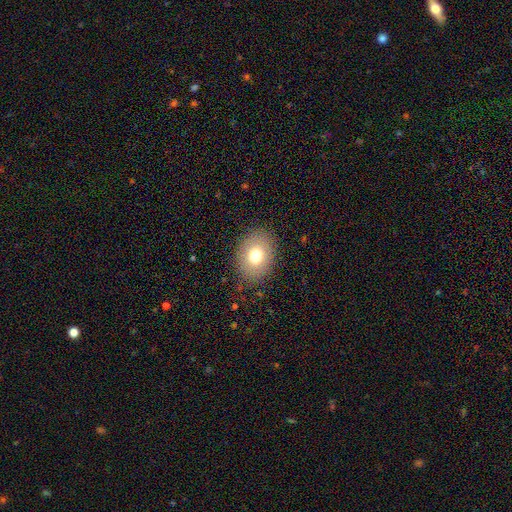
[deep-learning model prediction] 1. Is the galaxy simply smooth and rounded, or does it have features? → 73% smooth, 16% featured or disk, 11% star or artifact.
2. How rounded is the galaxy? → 63% in between, 36% round, 1% cigar-shaped.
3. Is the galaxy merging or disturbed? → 85% none, 11% minor disturbance, 4% major disturbance, 1% merger.